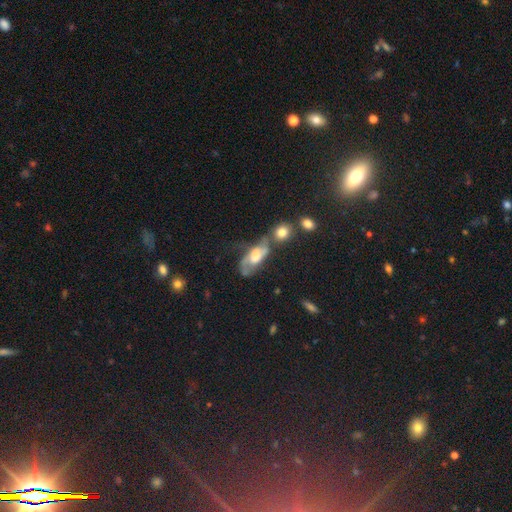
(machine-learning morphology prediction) Q: Smooth or featured?
A: featured or disk (56%); runner-up: smooth (34%)
Q: Edge-on disk?
A: no (84%); runner-up: yes (16%)
Q: Merging?
A: none (30%); runner-up: merger (25%)